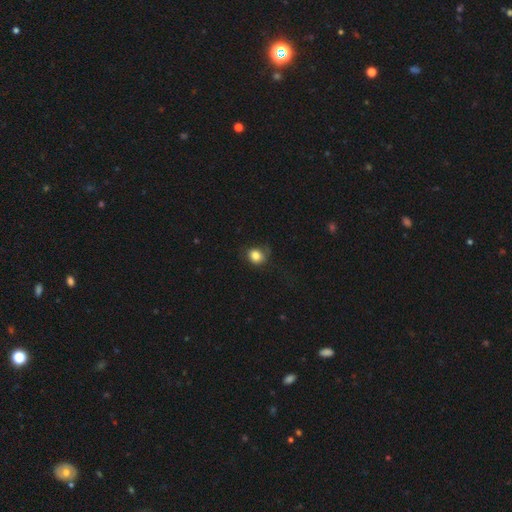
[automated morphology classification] Q: Smooth or featured?
A: smooth (83%); runner-up: star or artifact (10%)
Q: How rounded?
A: round (69%); runner-up: in between (30%)
Q: Merging?
A: none (67%); runner-up: minor disturbance (24%)